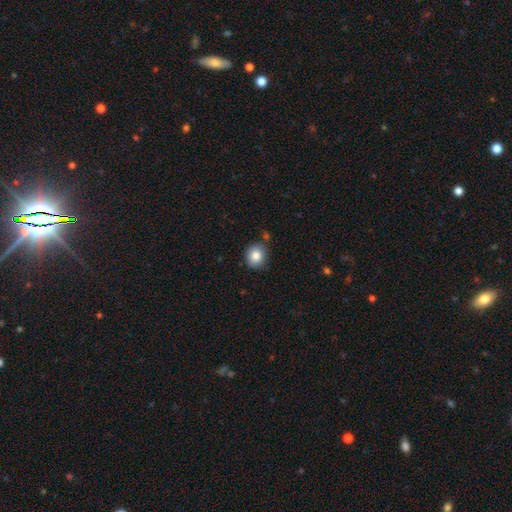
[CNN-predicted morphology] Smooth or featured? Predicted: smooth (p=0.84). How rounded? Predicted: round (p=0.76). Merging? Predicted: none (p=0.82).